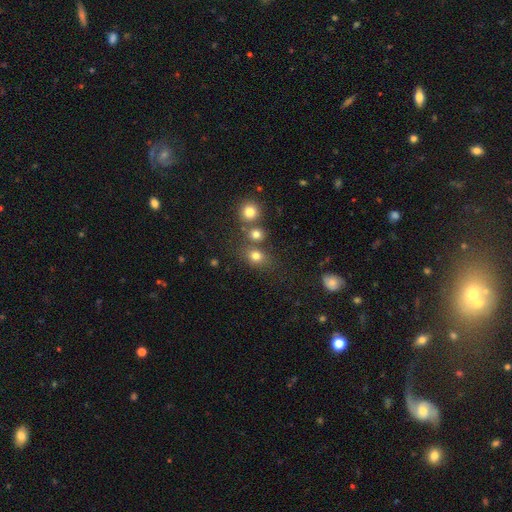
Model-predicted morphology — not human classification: smooth-or-featured: smooth: 75% | star or artifact: 16% | featured or disk: 8%
  how-rounded: round: 60% | in between: 38% | cigar-shaped: 1%
  merging: none: 62% | merger: 21% | minor disturbance: 12% | major disturbance: 5%